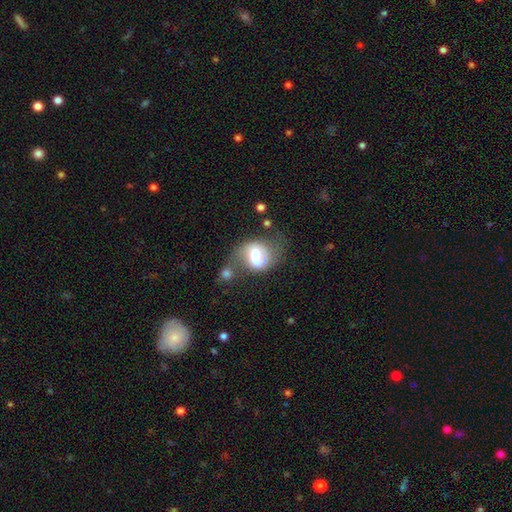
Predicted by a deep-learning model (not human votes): This is possibly a featured or disk galaxy (56%). It is clearly not viewed edge-on (97%). Bar: possibly weak (47%). Spiral arm pattern: likely yes (76%). Central bulge: possibly moderate (55%). Merging: marginally none (34%).